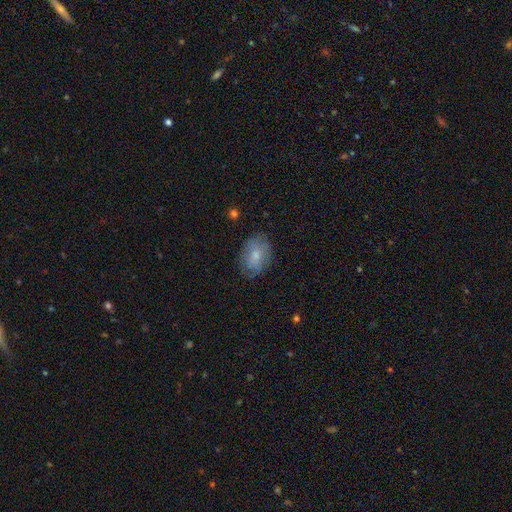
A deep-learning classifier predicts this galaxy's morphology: Q: Smooth or featured?
A: smooth (73%); runner-up: featured or disk (19%)
Q: How rounded?
A: in between (75%); runner-up: round (23%)
Q: Merging?
A: none (75%); runner-up: minor disturbance (19%)